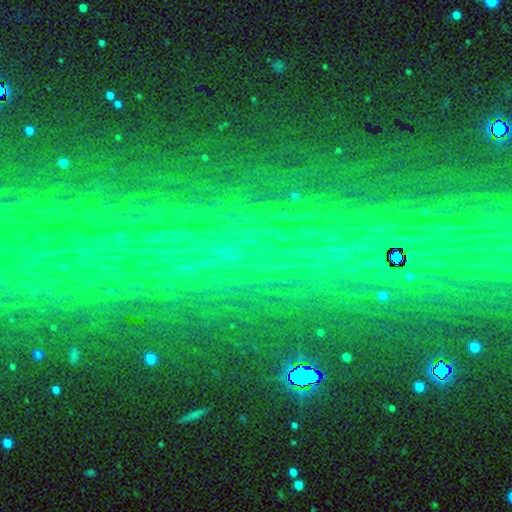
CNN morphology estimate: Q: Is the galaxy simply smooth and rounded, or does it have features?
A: star or artifact — 82%.